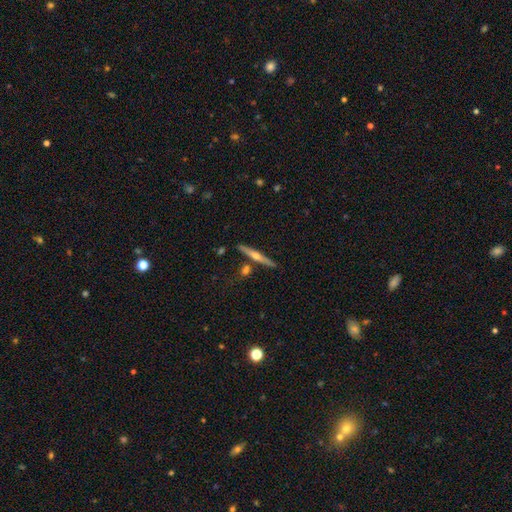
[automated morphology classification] A featured or disk galaxy (67%) viewed edge-on (97%) with a rounded central bulge (89%).

Vote fractions:
- Smooth or featured? featured or disk: 67% / smooth: 27% / star or artifact: 6%
- Edge-on disk? yes: 97% / no: 3%
- Edge-on bulge? rounded: 89% / none: 7% / boxy: 4%
- Merging? none: 84% / minor disturbance: 8% / merger: 6% / major disturbance: 2%